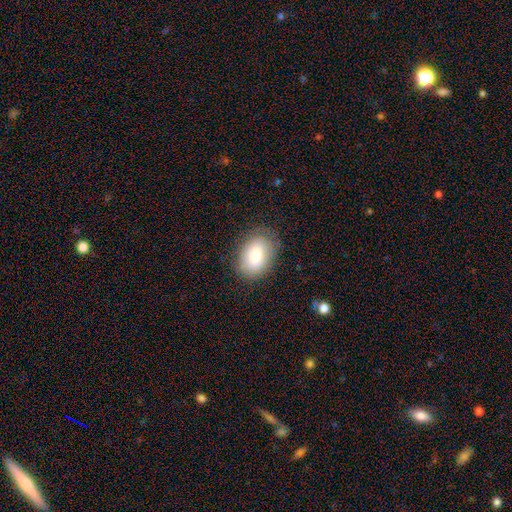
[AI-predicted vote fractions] Q: Smooth or featured?
A: smooth (80%); runner-up: featured or disk (12%)
Q: How rounded?
A: in between (81%); runner-up: round (18%)
Q: Merging?
A: none (81%); runner-up: minor disturbance (14%)